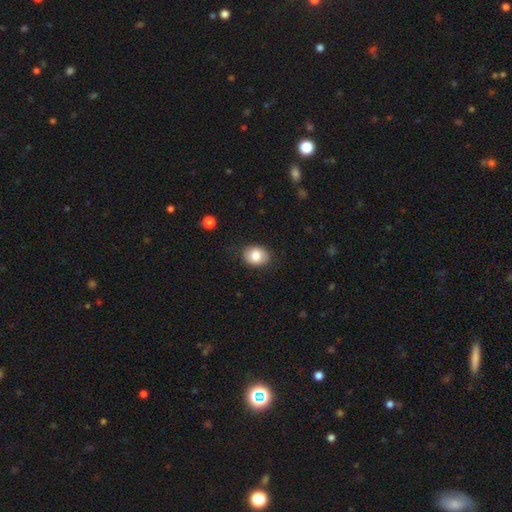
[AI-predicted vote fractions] Smooth or featured?
  - smooth: 82% *
  - featured or disk: 10%
  - star or artifact: 8%
How rounded?
  - in between: 57% *
  - round: 42%
  - cigar-shaped: 1%
Merging?
  - none: 83% *
  - minor disturbance: 13%
  - major disturbance: 3%
  - merger: 1%